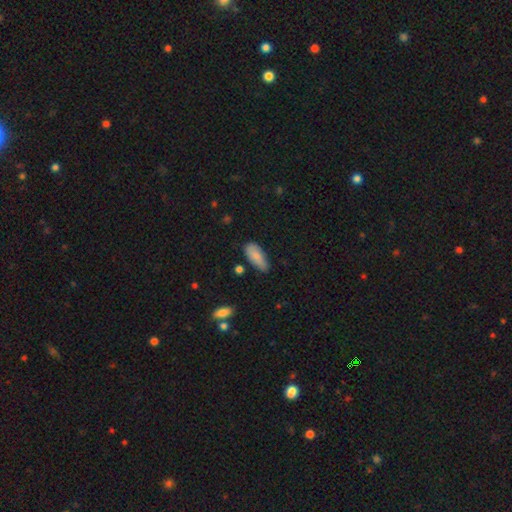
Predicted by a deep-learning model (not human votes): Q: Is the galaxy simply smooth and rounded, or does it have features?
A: smooth — 83%.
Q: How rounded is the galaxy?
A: in between — 83%.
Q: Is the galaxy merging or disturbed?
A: none — 66%.